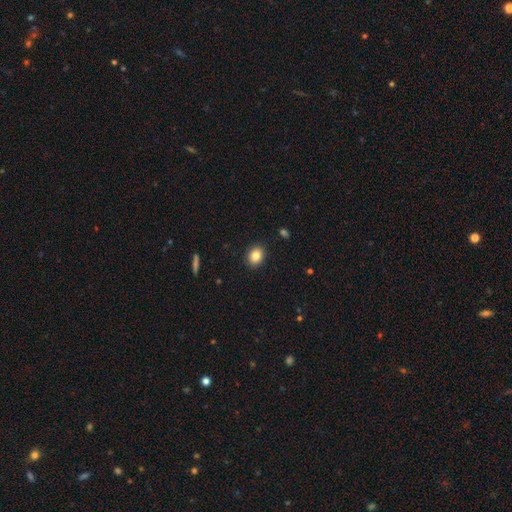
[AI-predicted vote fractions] This appears to be a smooth galaxy with no disk features (84%) that is in between round and cigar-shaped (50%). Merging: none (90%).